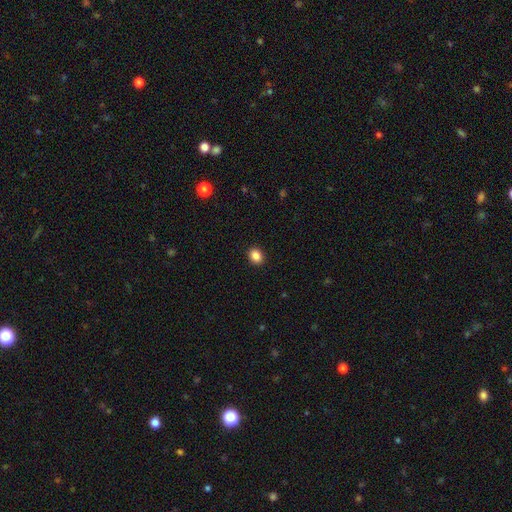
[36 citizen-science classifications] smooth-or-featured: smooth: 86% | star or artifact: 8% | featured or disk: 6%
  how-rounded: in between: 52% | round: 48% | cigar-shaped: 0%
  merging: none: 88% | merger: 6% | minor disturbance: 3% | major disturbance: 3%